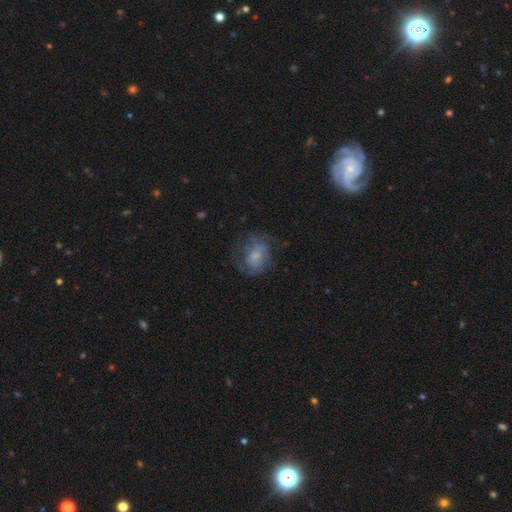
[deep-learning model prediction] Q: Smooth or featured?
A: featured or disk (59%); runner-up: smooth (31%)
Q: Edge-on disk?
A: no (97%); runner-up: yes (3%)
Q: Bar?
A: no (66%); runner-up: weak (30%)
Q: Spiral arms?
A: yes (71%); runner-up: no (29%)
Q: Bulge size?
A: small (42%); runner-up: moderate (36%)
Q: Merging?
A: none (55%); runner-up: minor disturbance (22%)